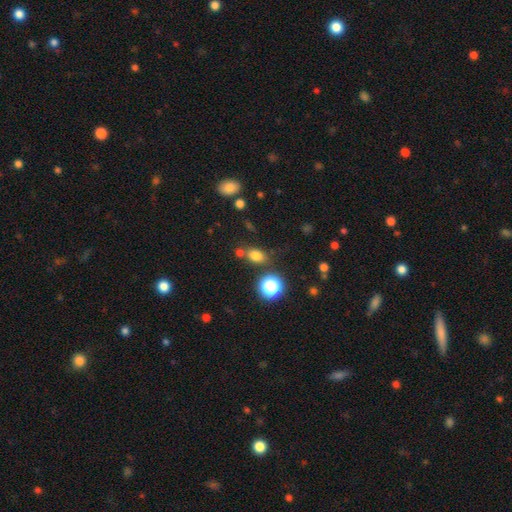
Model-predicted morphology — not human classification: A smooth galaxy with no disk features (76%) that is in between round and cigar-shaped (66%).

Vote fractions:
- Smooth or featured? smooth: 76% / star or artifact: 18% / featured or disk: 7%
- How rounded? in between: 66% / round: 32% / cigar-shaped: 2%
- Merging? none: 70% / merger: 13% / minor disturbance: 13% / major disturbance: 4%